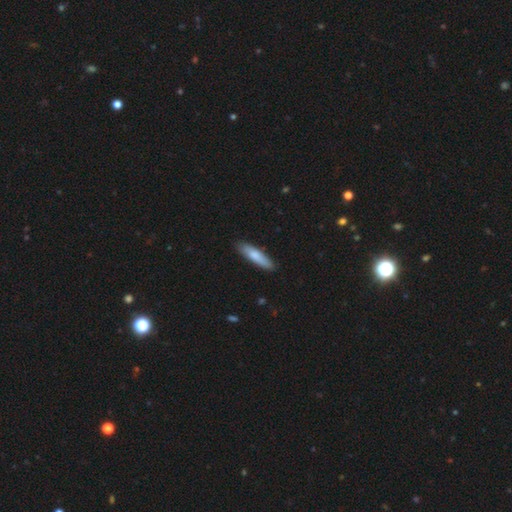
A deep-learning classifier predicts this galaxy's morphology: Smooth or featured? smooth (79%)
How rounded? cigar-shaped (75%)
Merging? none (85%)